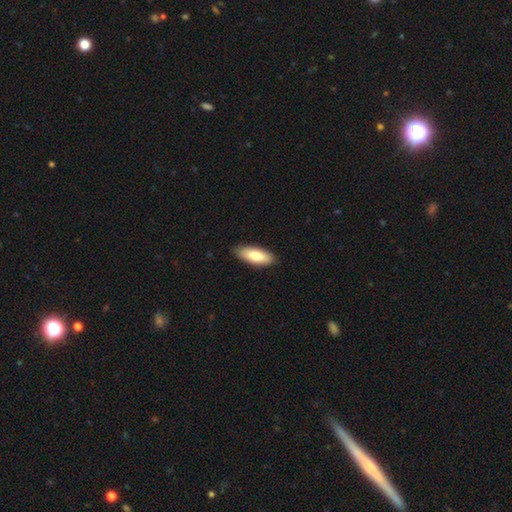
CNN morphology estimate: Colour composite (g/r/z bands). It shows a smooth galaxy with no disk features (78%) that is in between round and cigar-shaped (72%). Merging: none (87%).